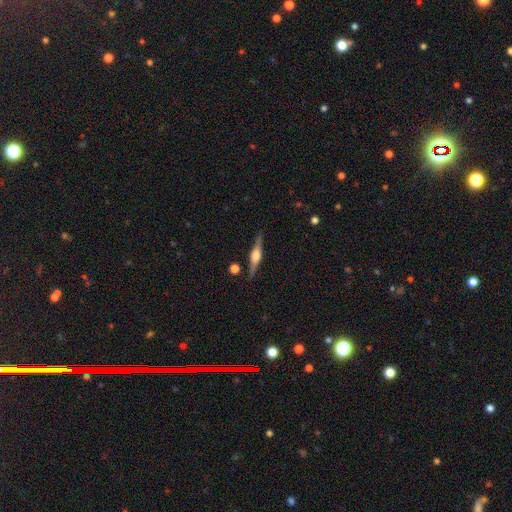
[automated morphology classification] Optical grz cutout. It shows a featured or disk galaxy (77%) viewed edge-on (98%) with a rounded central bulge (86%). Merging: none (88%).